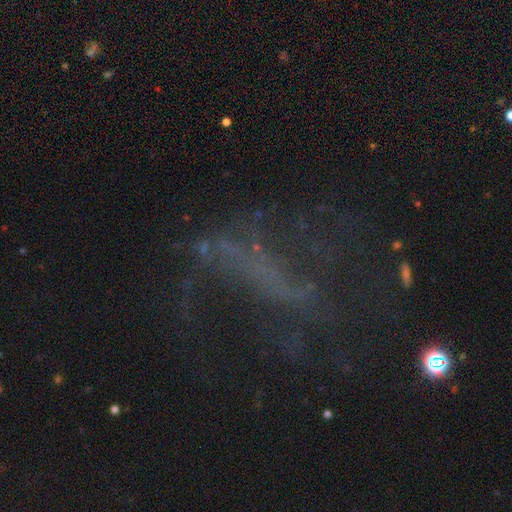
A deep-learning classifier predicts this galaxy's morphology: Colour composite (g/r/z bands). It shows a featured or disk galaxy (47%). Merging: none (47%).